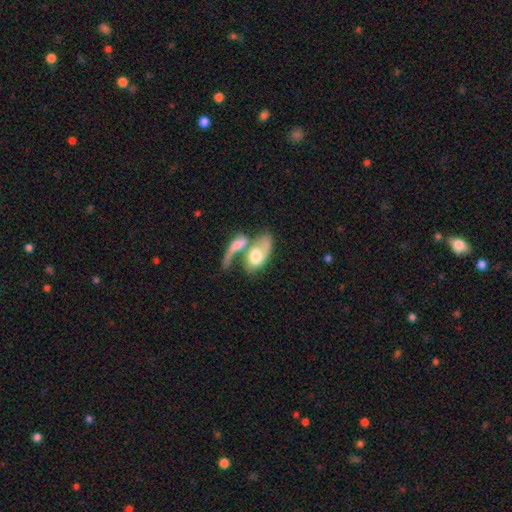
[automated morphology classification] smooth-or-featured: featured or disk: 50% | smooth: 44% | star or artifact: 6%
  disk-edge-on: no: 88% | yes: 12%
  merging: merger: 64% | major disturbance: 15% | none: 14% | minor disturbance: 7%